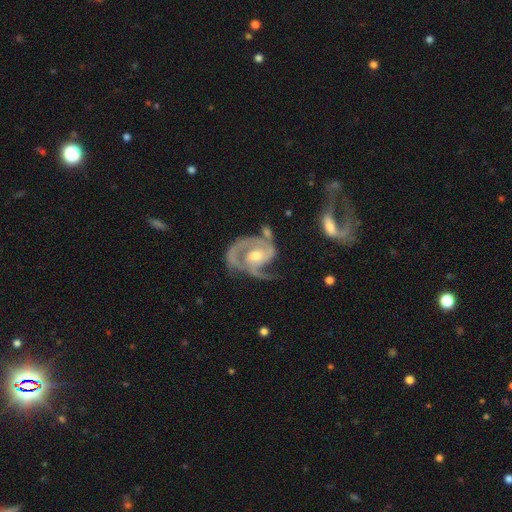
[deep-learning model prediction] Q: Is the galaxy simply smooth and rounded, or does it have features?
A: featured or disk — 91%.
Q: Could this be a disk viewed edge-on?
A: no — 98%.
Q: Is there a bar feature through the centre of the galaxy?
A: no — 54%.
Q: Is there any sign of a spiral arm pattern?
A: yes — 97%.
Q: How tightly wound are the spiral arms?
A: medium — 46%.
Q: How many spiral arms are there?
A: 2 — 46%.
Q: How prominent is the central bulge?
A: moderate — 70%.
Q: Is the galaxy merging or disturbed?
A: none — 44%.